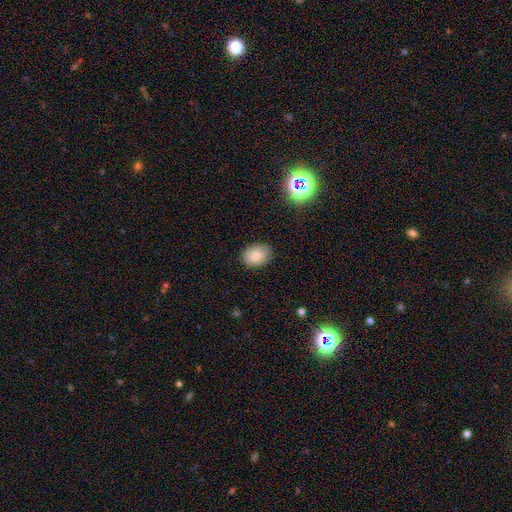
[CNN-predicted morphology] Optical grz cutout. It shows a smooth galaxy with no disk features (82%) that is in between round and cigar-shaped (69%). Merging: none (87%).